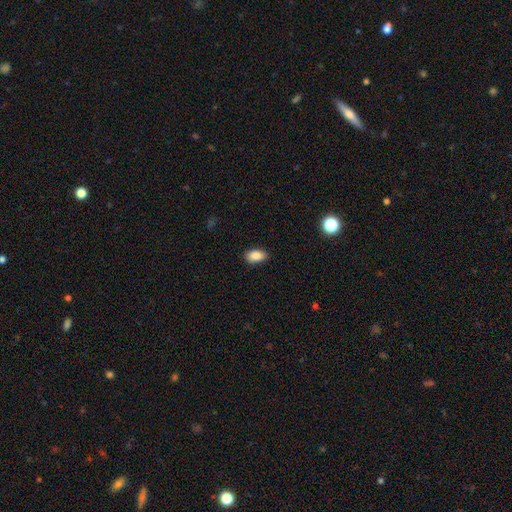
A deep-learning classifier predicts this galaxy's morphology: smooth 86%, star or artifact 8%, featured or disk 6%. Down the decision tree: how rounded — in between (91%); merging — none (85%).